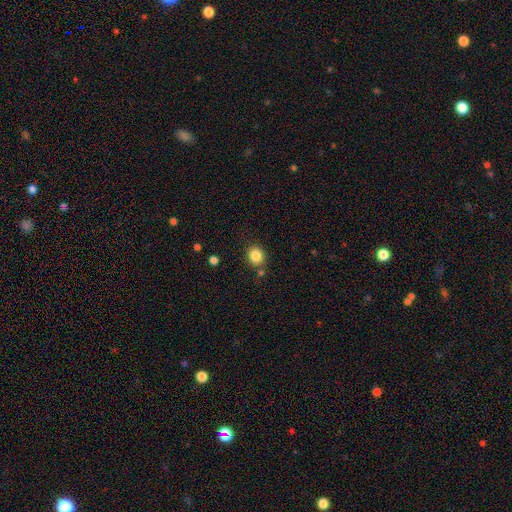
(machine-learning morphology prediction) Smooth or featured?
  - smooth: 85% *
  - star or artifact: 10%
  - featured or disk: 5%
How rounded?
  - round: 74% *
  - in between: 25%
  - cigar-shaped: 1%
Merging?
  - none: 81% *
  - minor disturbance: 10%
  - merger: 6%
  - major disturbance: 3%